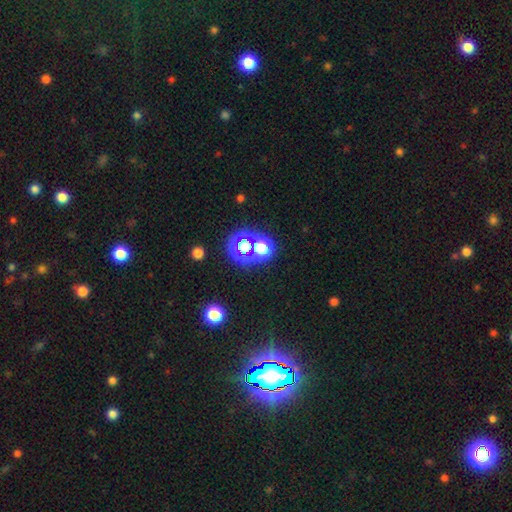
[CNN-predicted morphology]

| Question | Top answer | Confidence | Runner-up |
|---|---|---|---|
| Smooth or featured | star or artifact | 70% | smooth (22%) |